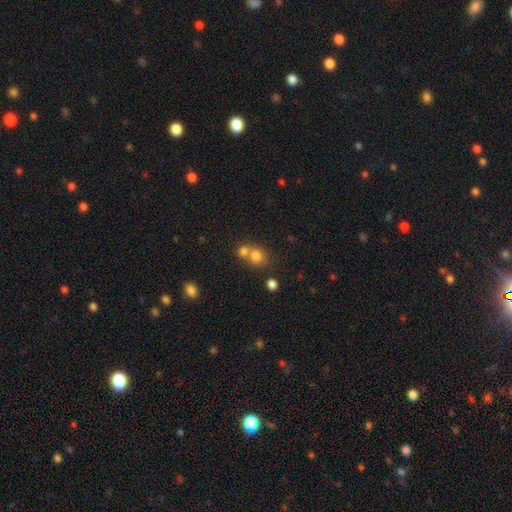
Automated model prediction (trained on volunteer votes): Smooth or featured: smooth — 78% (star or artifact — 13%)
How rounded: round — 76% (in between — 23%)
Merging: merger — 48% (none — 42%)